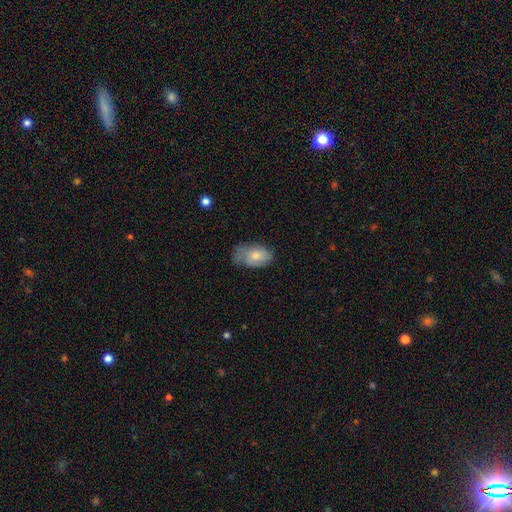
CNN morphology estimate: Smooth or featured?
  - smooth: 64% *
  - featured or disk: 29%
  - star or artifact: 7%
How rounded?
  - in between: 90% *
  - round: 8%
  - cigar-shaped: 2%
Merging?
  - none: 51% *
  - minor disturbance: 35%
  - major disturbance: 13%
  - merger: 2%